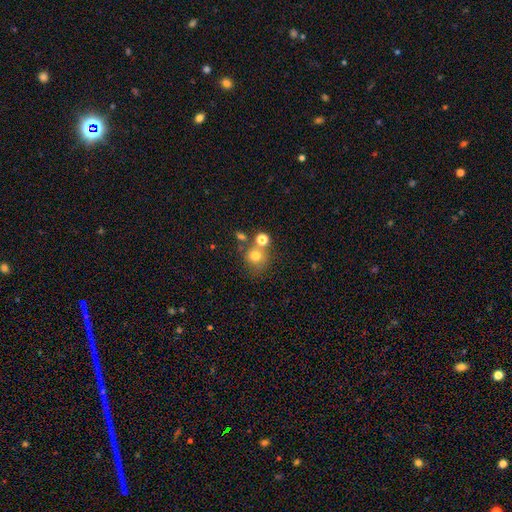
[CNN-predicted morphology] Overall: smooth (72%). How rounded: round (81%). Merging: none (57%; merger 26%).